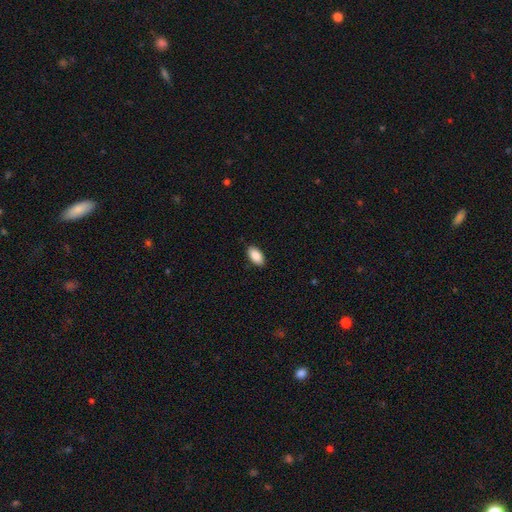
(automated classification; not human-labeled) smooth 89%, star or artifact 6%, featured or disk 4%. Down the decision tree: how rounded — in between (95%); merging — none (89%).